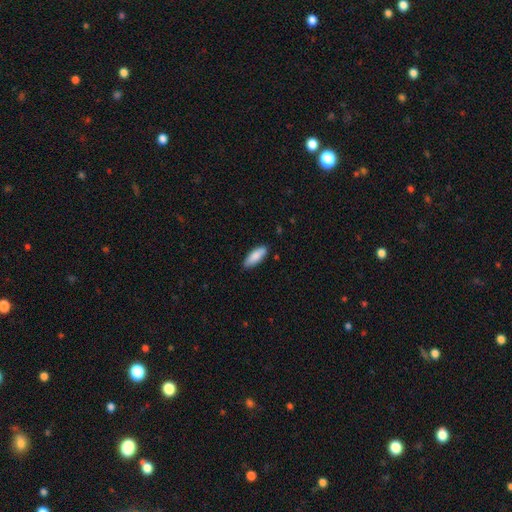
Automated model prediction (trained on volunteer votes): A smooth galaxy with no disk features (86%) that is in between round and cigar-shaped (66%). Merging: none (86%).